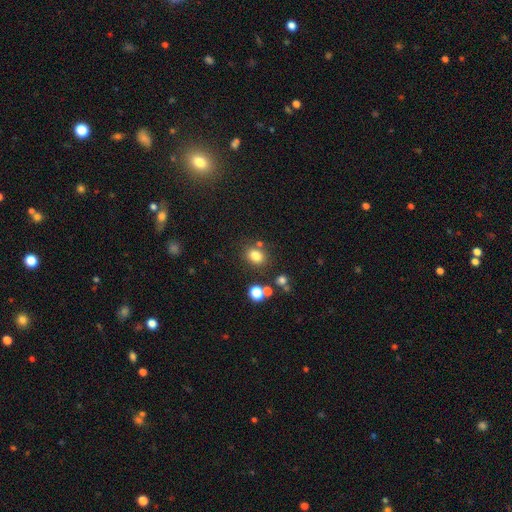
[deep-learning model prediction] Smooth or featured? Predicted: smooth (p=0.80). How rounded? Predicted: in between (p=0.52). Merging? Predicted: none (p=0.74).